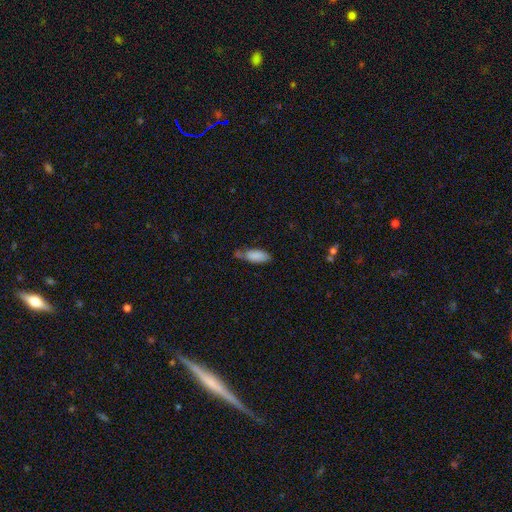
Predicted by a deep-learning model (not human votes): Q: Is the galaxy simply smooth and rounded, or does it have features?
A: smooth — 86%.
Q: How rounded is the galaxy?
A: in between — 80%.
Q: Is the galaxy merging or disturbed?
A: none — 48%.